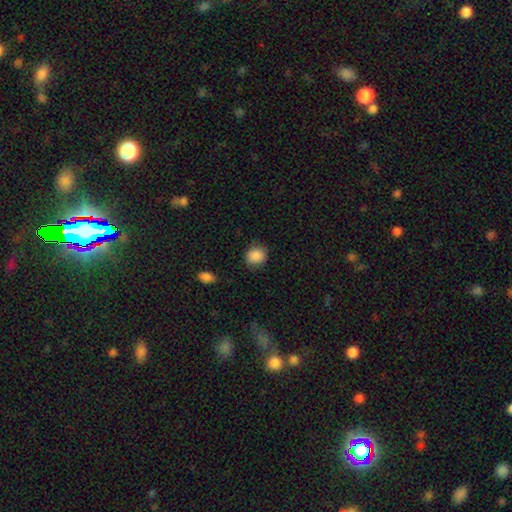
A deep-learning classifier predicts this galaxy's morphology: type=smooth (88%); roundness=round (78%); merging=none (84%).